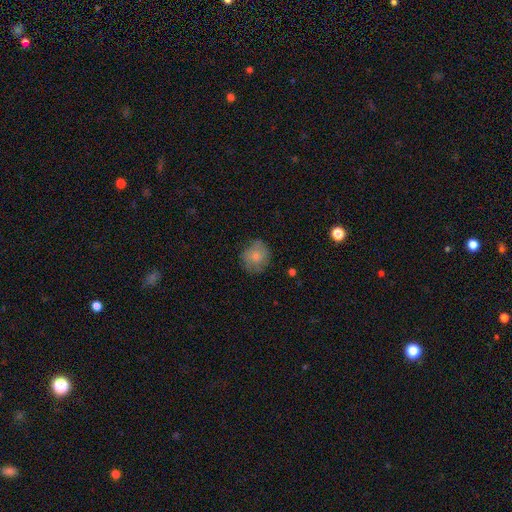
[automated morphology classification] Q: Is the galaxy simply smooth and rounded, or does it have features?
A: smooth — 75%.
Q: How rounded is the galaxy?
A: round — 82%.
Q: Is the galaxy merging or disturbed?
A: none — 70%.